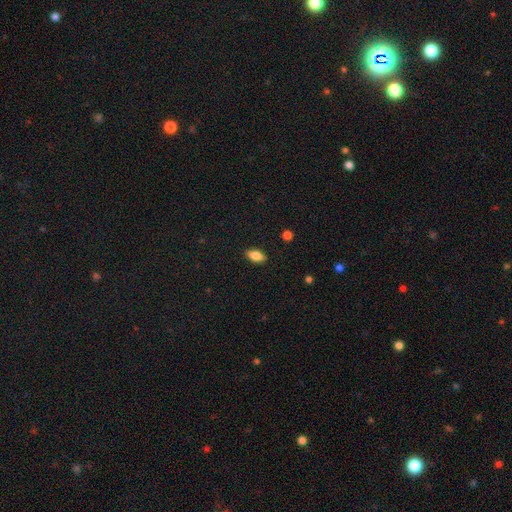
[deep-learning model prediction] A smooth galaxy with no disk features (83%) that is in between round and cigar-shaped (90%). Merging: none (88%).